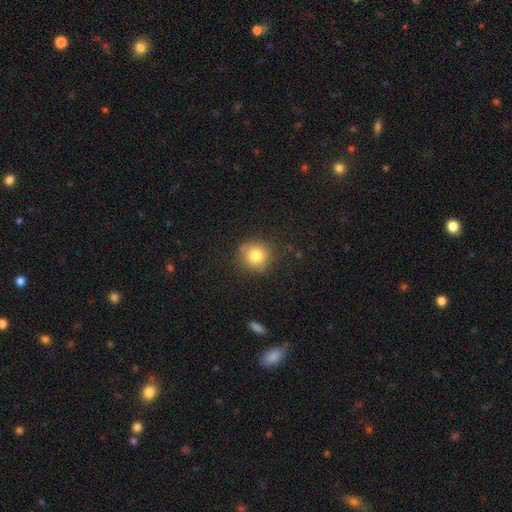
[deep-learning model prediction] smooth 79%, star or artifact 11%, featured or disk 10%. Down the decision tree: how rounded — round (91%); merging — none (80%).